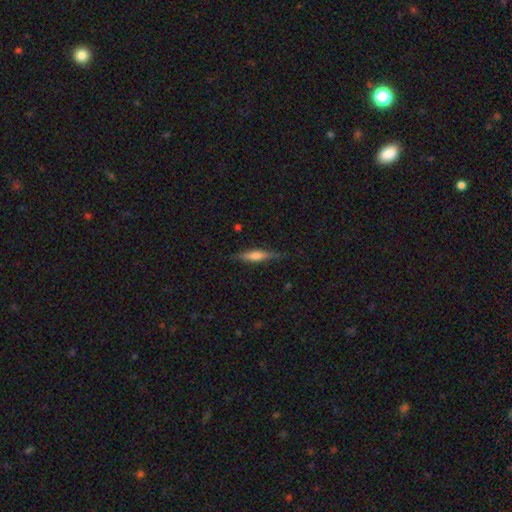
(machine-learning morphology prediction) Smooth or featured: smooth — 47% (featured or disk — 46%)
Merging: none — 81% (minor disturbance — 14%)